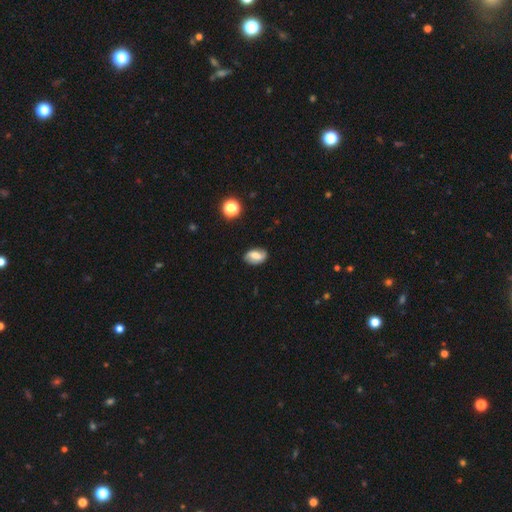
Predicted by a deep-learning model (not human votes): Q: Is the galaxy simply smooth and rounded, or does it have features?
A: smooth — 50%.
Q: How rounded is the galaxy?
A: in between — 86%.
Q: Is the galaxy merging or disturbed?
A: none — 82%.